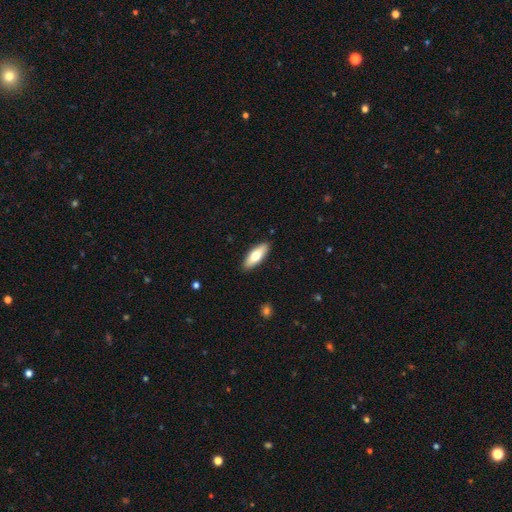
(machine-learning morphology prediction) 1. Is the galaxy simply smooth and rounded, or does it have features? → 71% smooth, 24% featured or disk, 5% star or artifact.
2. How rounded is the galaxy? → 66% in between, 32% cigar-shaped, 2% round.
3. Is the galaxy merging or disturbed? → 90% none, 8% minor disturbance, 2% major disturbance, 1% merger.